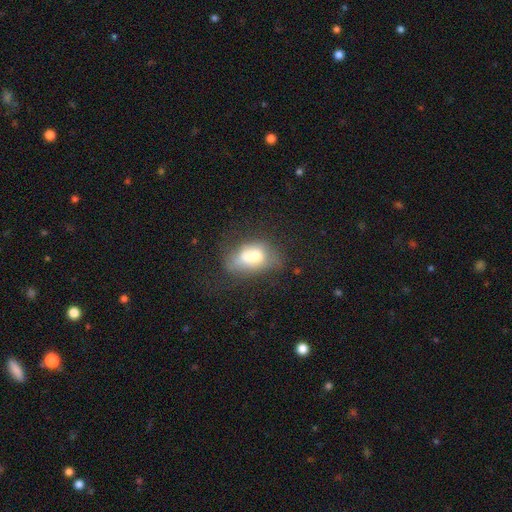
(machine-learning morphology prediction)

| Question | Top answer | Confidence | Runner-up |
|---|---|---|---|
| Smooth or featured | smooth | 58% | featured or disk (30%) |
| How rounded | in between | 85% | round (12%) |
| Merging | none | 34% | minor disturbance (25%) |